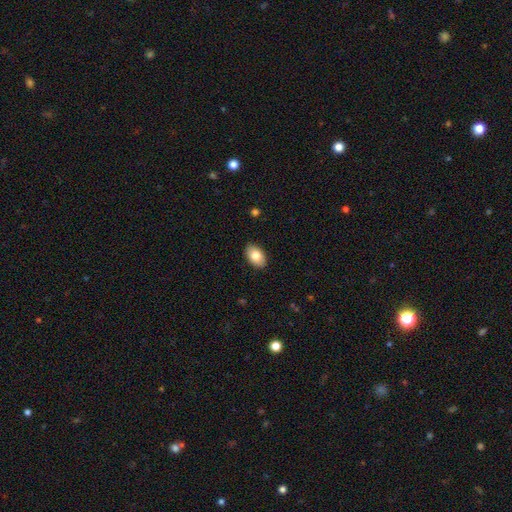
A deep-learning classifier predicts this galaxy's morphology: This appears to be a smooth galaxy with no disk features (81%) that is in between round and cigar-shaped (91%). Merging: none (89%).